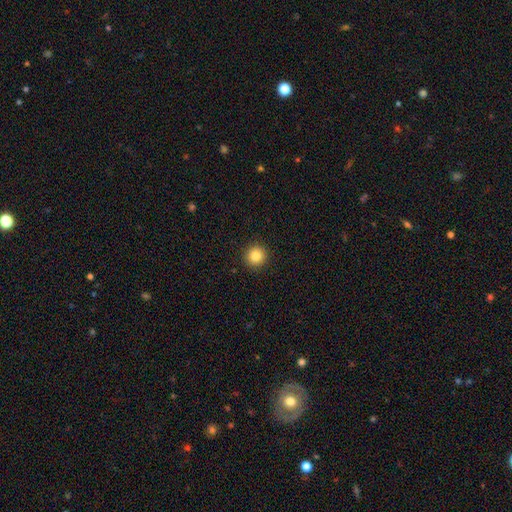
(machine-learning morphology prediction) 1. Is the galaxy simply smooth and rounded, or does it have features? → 84% smooth, 10% star or artifact, 5% featured or disk.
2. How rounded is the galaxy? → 94% round, 5% in between, 1% cigar-shaped.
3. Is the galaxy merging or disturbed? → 93% none, 5% minor disturbance, 2% major disturbance, 1% merger.